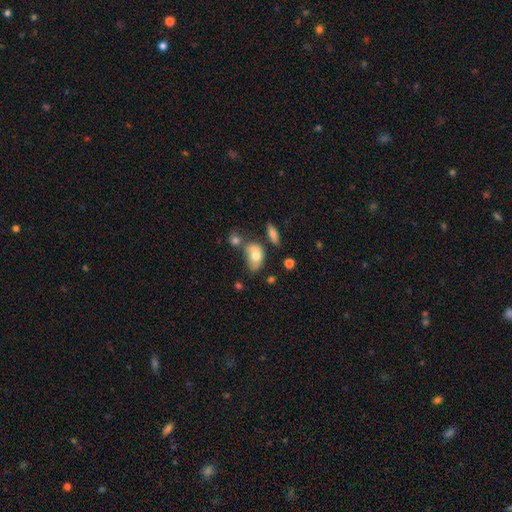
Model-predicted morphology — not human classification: Q: Smooth or featured?
A: smooth (70%); runner-up: featured or disk (22%)
Q: How rounded?
A: in between (85%); runner-up: round (14%)
Q: Merging?
A: none (37%); runner-up: merger (27%)